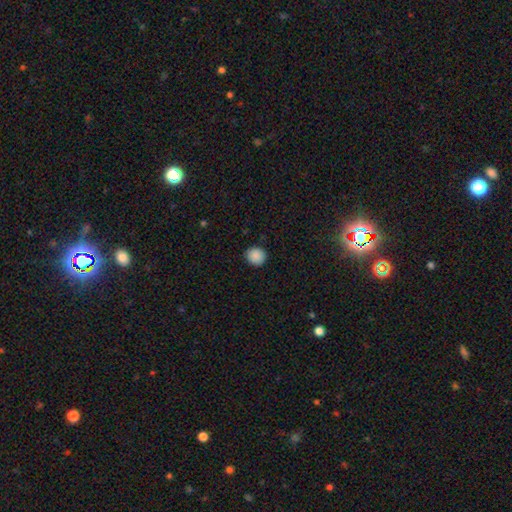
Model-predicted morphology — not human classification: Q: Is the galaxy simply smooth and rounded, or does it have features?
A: smooth — 89%.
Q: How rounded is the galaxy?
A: round — 88%.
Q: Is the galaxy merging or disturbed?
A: none — 90%.